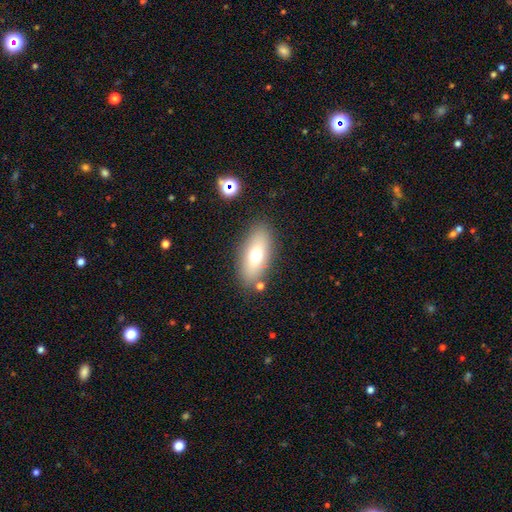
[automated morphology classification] Smooth or featured? smooth (68%)
How rounded? in between (82%)
Merging? none (82%)